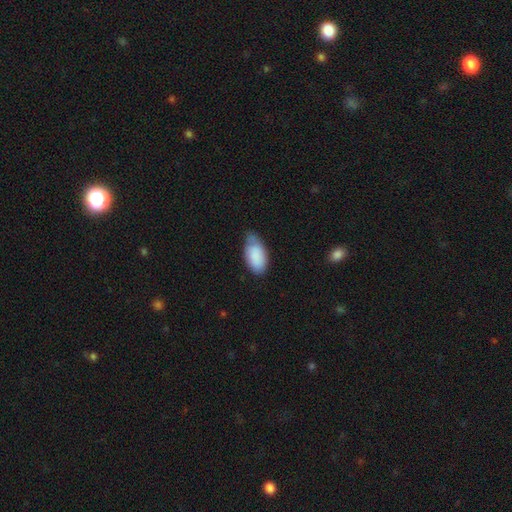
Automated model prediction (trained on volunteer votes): Q: Smooth or featured?
A: smooth (86%); runner-up: featured or disk (8%)
Q: How rounded?
A: in between (94%); runner-up: round (3%)
Q: Merging?
A: none (48%); runner-up: minor disturbance (40%)